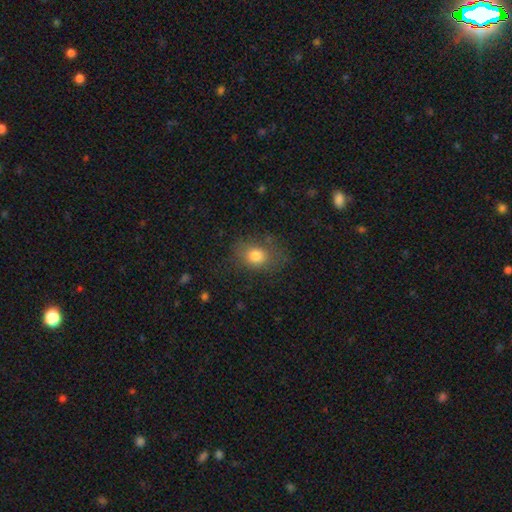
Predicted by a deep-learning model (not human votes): Smooth or featured? smooth (78%)
How rounded? in between (54%)
Merging? none (68%)